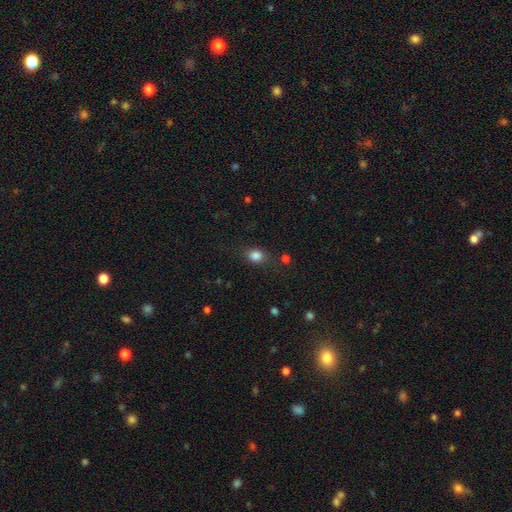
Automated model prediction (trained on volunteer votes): This is clearly a smooth galaxy (83%). How rounded: possibly in between (51%). Merging: likely none (76%).